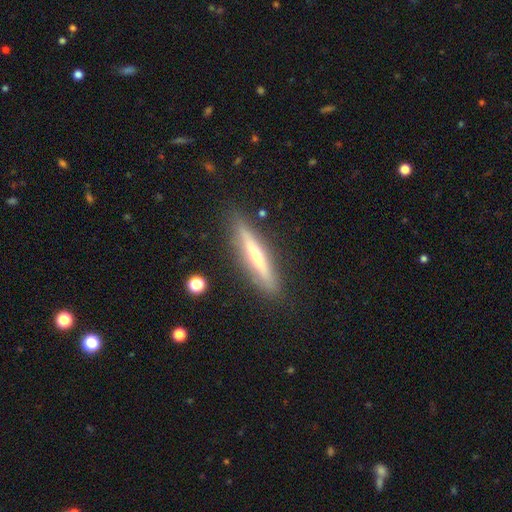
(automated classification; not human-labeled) Smooth or featured? Predicted: featured or disk (p=0.58). Edge-on disk? Predicted: yes (p=0.93). Edge-on bulge? Predicted: rounded (p=0.72). Merging? Predicted: none (p=0.87).